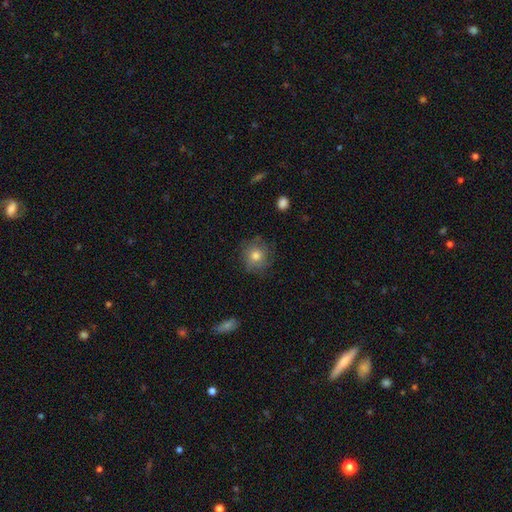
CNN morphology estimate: Q: Smooth or featured?
A: smooth (76%); runner-up: featured or disk (14%)
Q: How rounded?
A: round (90%); runner-up: in between (9%)
Q: Merging?
A: none (78%); runner-up: minor disturbance (16%)